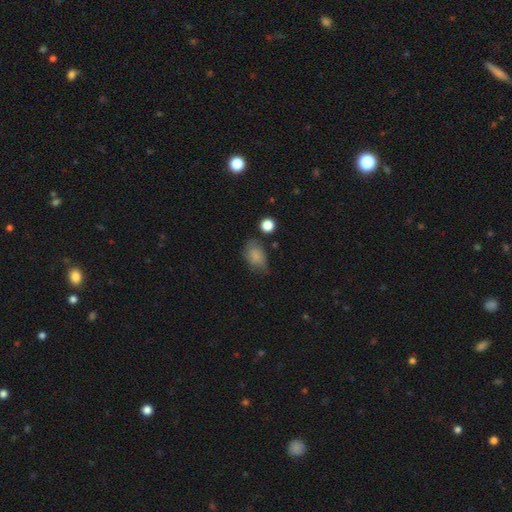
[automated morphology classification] A smooth galaxy with no disk features (78%) that is in between round and cigar-shaped (82%).

Vote fractions:
- Smooth or featured? smooth: 78% / featured or disk: 12% / star or artifact: 9%
- How rounded? in between: 82% / round: 17% / cigar-shaped: 2%
- Merging? none: 58% / minor disturbance: 30% / major disturbance: 8% / merger: 4%